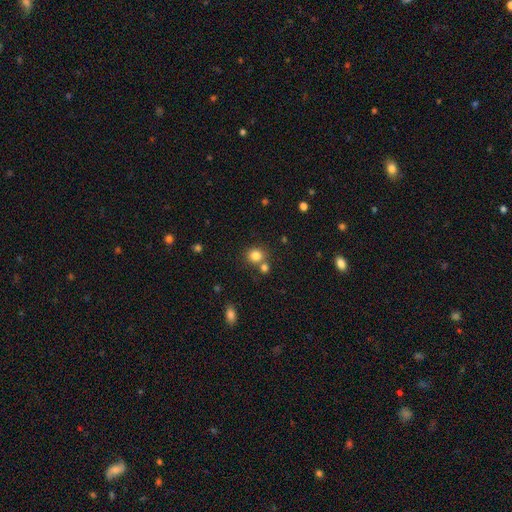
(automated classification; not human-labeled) Smooth or featured?
  - smooth: 82% *
  - star or artifact: 12%
  - featured or disk: 6%
How rounded?
  - round: 81% *
  - in between: 18%
  - cigar-shaped: 1%
Merging?
  - none: 65% *
  - merger: 23%
  - minor disturbance: 9%
  - major disturbance: 3%